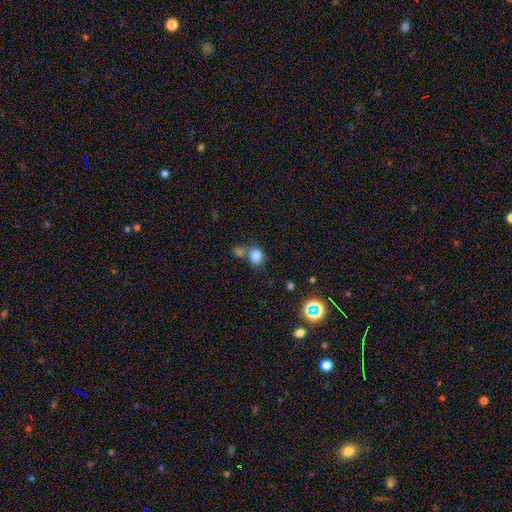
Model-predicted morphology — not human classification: Smooth or featured?
  - smooth: 82% *
  - star or artifact: 12%
  - featured or disk: 6%
How rounded?
  - round: 76% *
  - in between: 22%
  - cigar-shaped: 1%
Merging?
  - none: 48% *
  - merger: 36%
  - minor disturbance: 10%
  - major disturbance: 5%